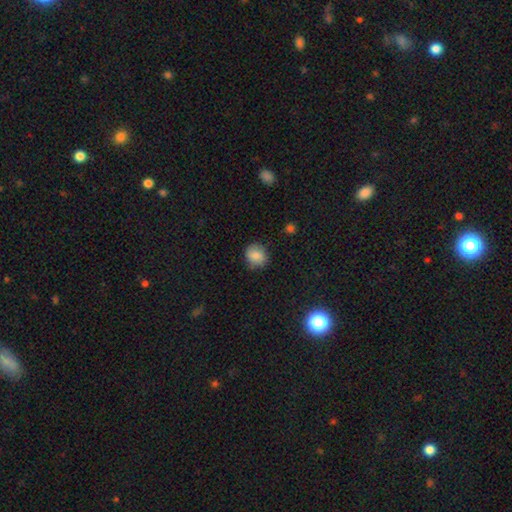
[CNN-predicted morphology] The model was most divided on "how rounded": round: 78%, in between: 21%, cigar-shaped: 1%. More confident: smooth or featured — smooth (83%); merging — none (82%).